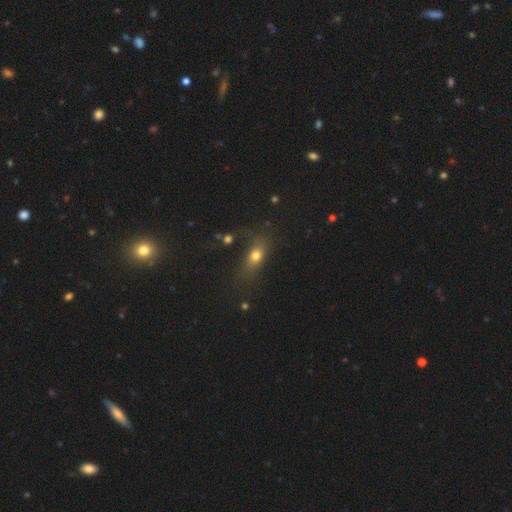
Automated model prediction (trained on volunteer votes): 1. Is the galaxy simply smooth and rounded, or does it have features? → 72% smooth, 15% star or artifact, 13% featured or disk.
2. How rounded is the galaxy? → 64% in between, 21% round, 14% cigar-shaped.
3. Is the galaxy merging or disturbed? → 64% none, 18% minor disturbance, 12% major disturbance, 6% merger.